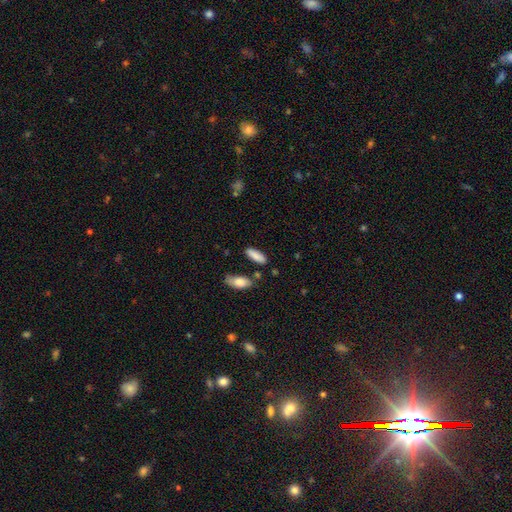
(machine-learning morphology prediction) Q: Smooth or featured?
A: smooth (86%); runner-up: featured or disk (8%)
Q: How rounded?
A: in between (60%); runner-up: cigar-shaped (38%)
Q: Merging?
A: none (75%); runner-up: minor disturbance (15%)